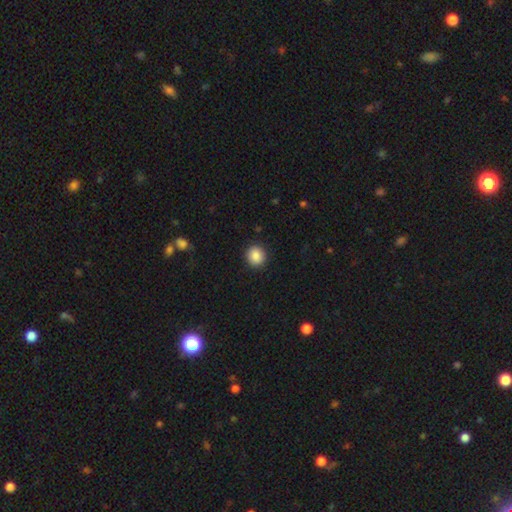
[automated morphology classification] smooth_or_featured: smooth (p=0.88) [alt: star or artifact p=0.09]
how_rounded: round (p=0.89) [alt: in between p=0.10]
merging: none (p=0.91) [alt: minor disturbance p=0.06]